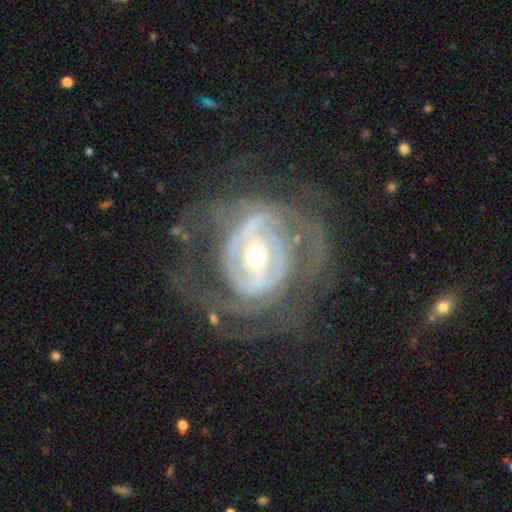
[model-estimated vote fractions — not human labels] A featured or disk galaxy (88%) with a strong bar (37%, tied with weak), tight (58%) spiral arms (90%) and a small central bulge (50%).

Vote fractions:
- Smooth or featured? featured or disk: 88% / smooth: 6% / star or artifact: 6%
- Edge-on disk? no: 96% / yes: 4%
- Bar? strong: 37% (tied) / weak: 37% (tied) / no: 25%
- Spiral arms? yes: 90% / no: 10%
- Spiral winding? tight: 58% / medium: 31% / loose: 10%
- Spiral arm count? can't tell: 35% / 2: 31% / 3: 15% / 4: 8% / 1: 6% / more than 4: 6%
- Bulge size? small: 50% / moderate: 44% / large: 4% / dominant: 1% / none: 1%
- Merging? none: 61% / major disturbance: 21% / minor disturbance: 16% / merger: 2%